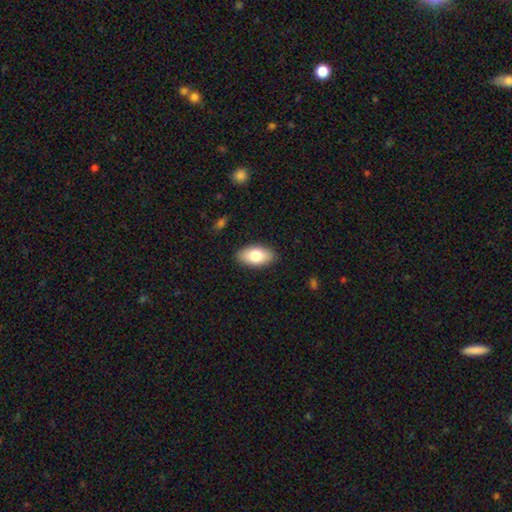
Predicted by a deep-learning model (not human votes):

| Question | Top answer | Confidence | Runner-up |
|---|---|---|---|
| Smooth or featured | smooth | 78% | featured or disk (16%) |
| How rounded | in between | 94% | round (4%) |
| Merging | none | 88% | minor disturbance (9%) |